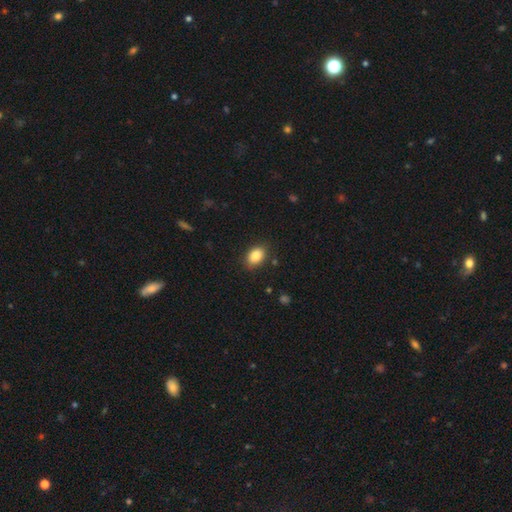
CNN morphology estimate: Smooth or featured? Predicted: smooth (p=0.86). How rounded? Predicted: in between (p=0.81). Merging? Predicted: none (p=0.85).